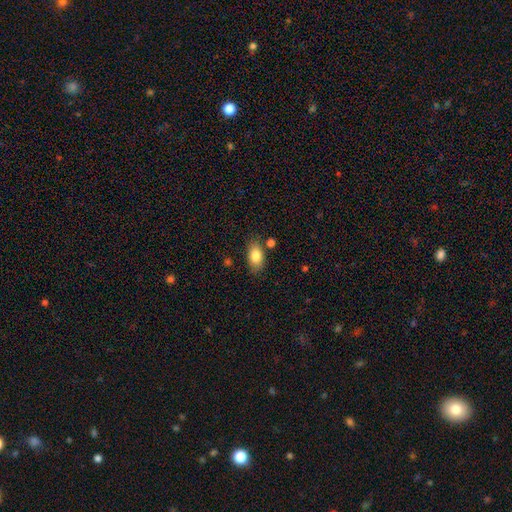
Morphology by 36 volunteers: smooth 94%, featured or disk 3%, star or artifact 3%. Down the decision tree: how rounded — in between (85%); merging — none (86%).